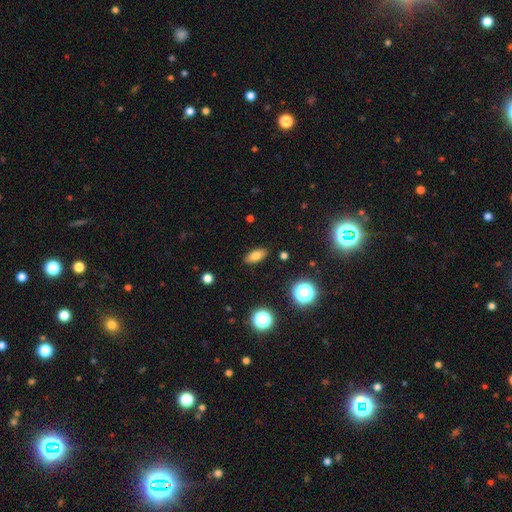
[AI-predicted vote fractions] A smooth galaxy with no disk features (75%) that is in between round and cigar-shaped (82%). Merging: none (88%).